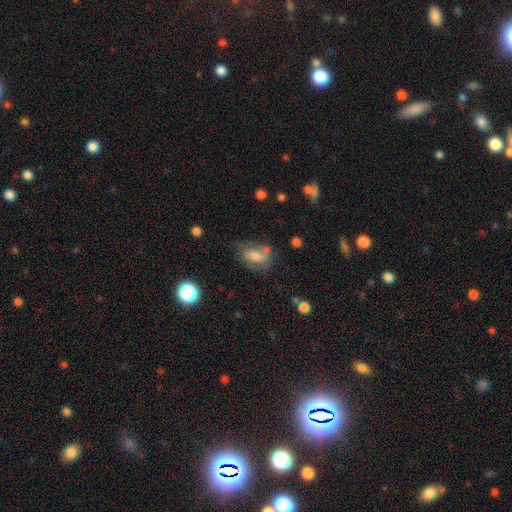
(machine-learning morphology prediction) Smooth or featured: featured or disk — 51% (smooth — 37%)
Edge-on disk: no — 95% (yes — 5%)
Merging: none — 47% (minor disturbance — 27%)